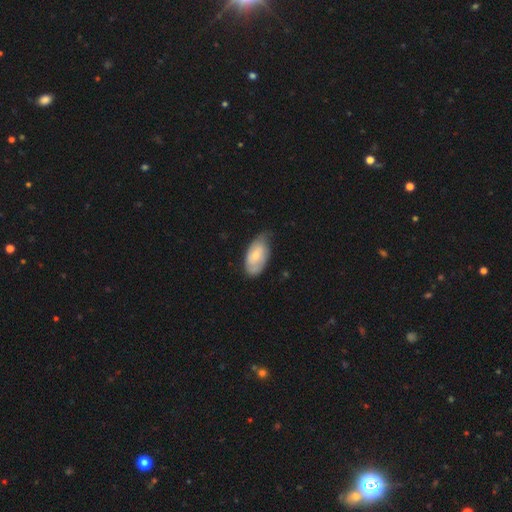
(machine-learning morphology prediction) A smooth galaxy with no disk features (64%) that is in between round and cigar-shaped (94%). Merging: none (55%).